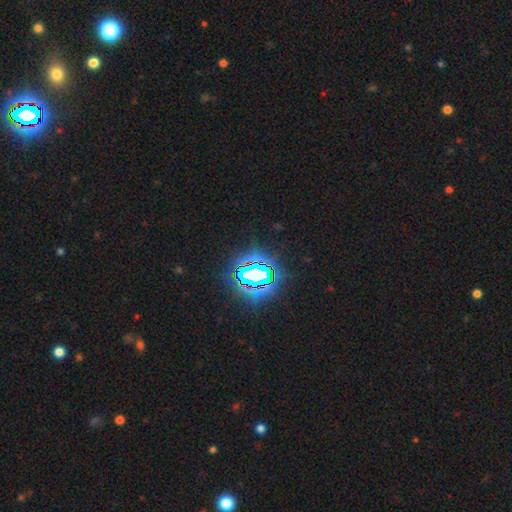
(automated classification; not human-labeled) A star or artifact, not a galaxy (85%).